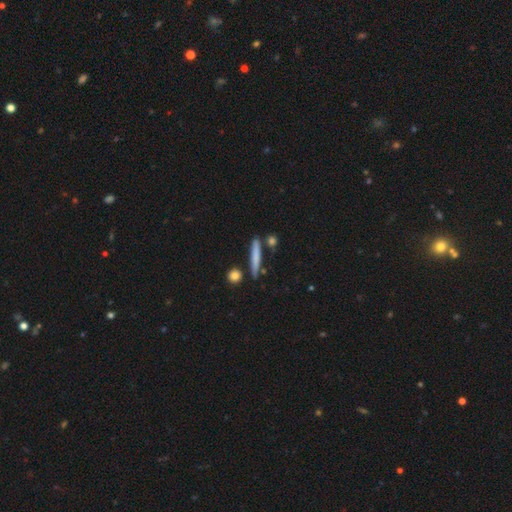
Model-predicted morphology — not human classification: Smooth or featured? Predicted: smooth (p=0.66). How rounded? Predicted: cigar-shaped (p=0.92). Merging? Predicted: none (p=0.82).